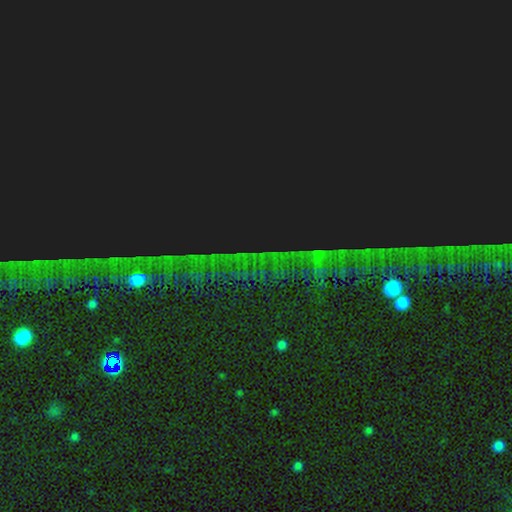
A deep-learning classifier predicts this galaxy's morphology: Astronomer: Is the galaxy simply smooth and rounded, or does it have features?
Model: star or artifact — 87%.